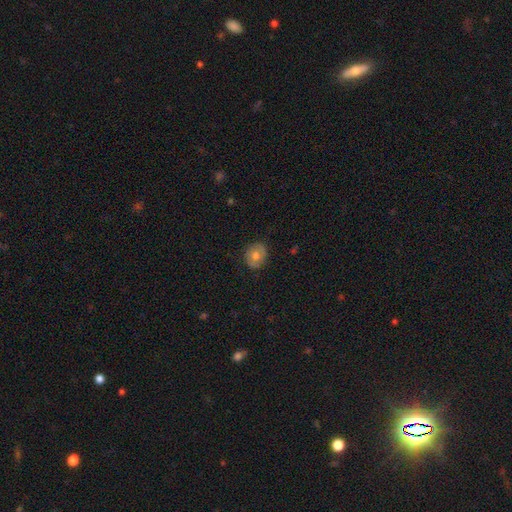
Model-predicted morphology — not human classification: Q: Smooth or featured?
A: smooth (63%); runner-up: featured or disk (29%)
Q: How rounded?
A: round (76%); runner-up: in between (23%)
Q: Merging?
A: none (84%); runner-up: minor disturbance (12%)